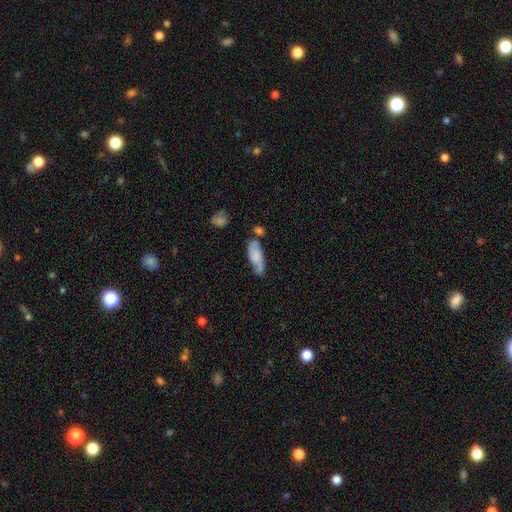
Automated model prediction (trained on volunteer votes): A smooth galaxy with no disk features (70%) that is in between round and cigar-shaped (69%). Merging: none (49%).